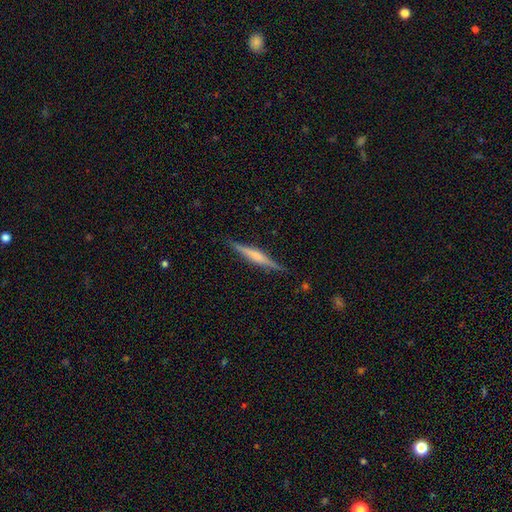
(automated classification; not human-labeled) Q: Smooth or featured?
A: featured or disk (64%); runner-up: smooth (30%)
Q: Edge-on disk?
A: yes (98%); runner-up: no (2%)
Q: Edge-on bulge?
A: rounded (48%); runner-up: none (26%)
Q: Merging?
A: none (89%); runner-up: minor disturbance (8%)